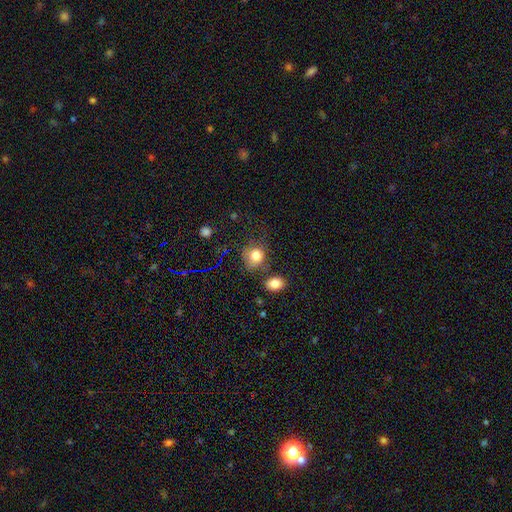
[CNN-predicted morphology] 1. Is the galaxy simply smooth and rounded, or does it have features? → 79% smooth, 12% star or artifact, 8% featured or disk.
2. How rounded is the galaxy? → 73% round, 26% in between, 1% cigar-shaped.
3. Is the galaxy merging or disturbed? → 62% none, 19% minor disturbance, 11% merger, 8% major disturbance.